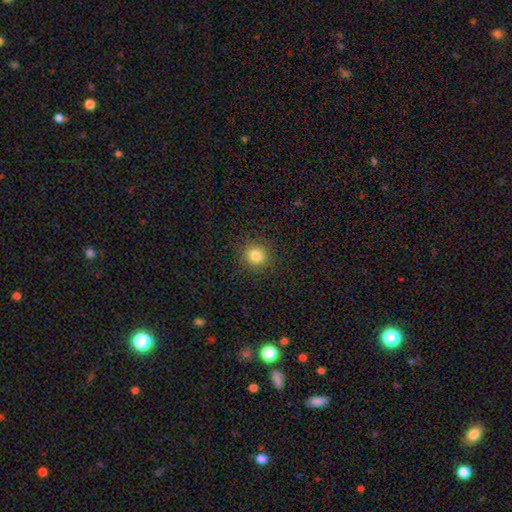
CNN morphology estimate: Smooth or featured? smooth (83%)
How rounded? round (91%)
Merging? none (90%)